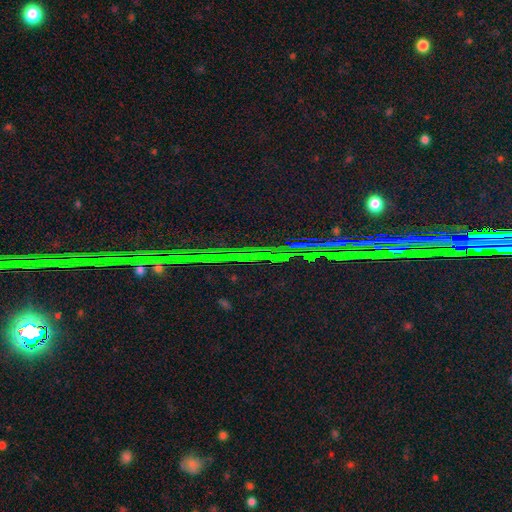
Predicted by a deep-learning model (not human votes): A star or artifact, not a galaxy (88%).

Vote fractions:
- Smooth or featured? star or artifact: 88% / featured or disk: 7% / smooth: 6%